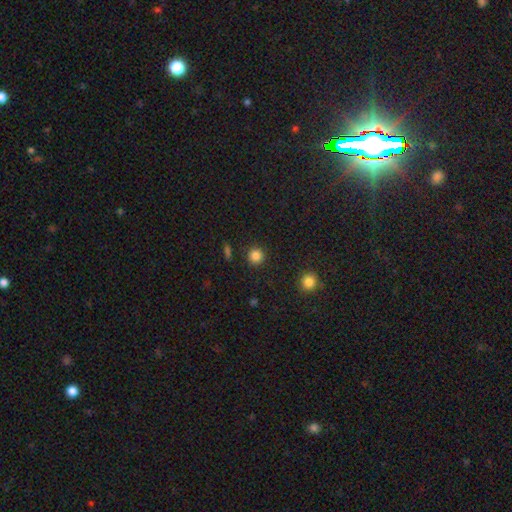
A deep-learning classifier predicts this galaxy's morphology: A smooth galaxy with no disk features (85%) that is round (94%). Merging: none (91%).